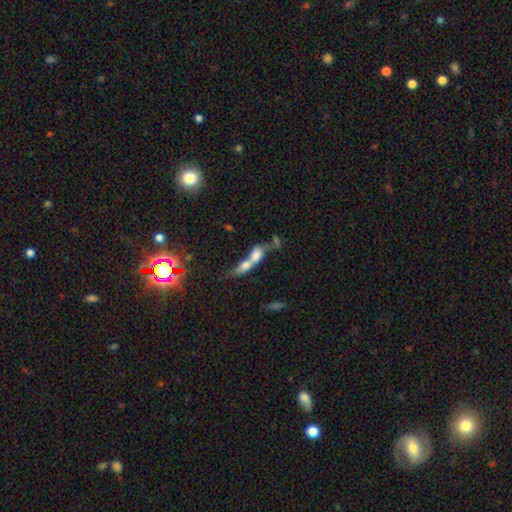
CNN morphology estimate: Smooth or featured: smooth — 59% (featured or disk — 29%)
How rounded: in between — 60% (cigar-shaped — 22%)
Merging: merger — 78% (none — 11%)